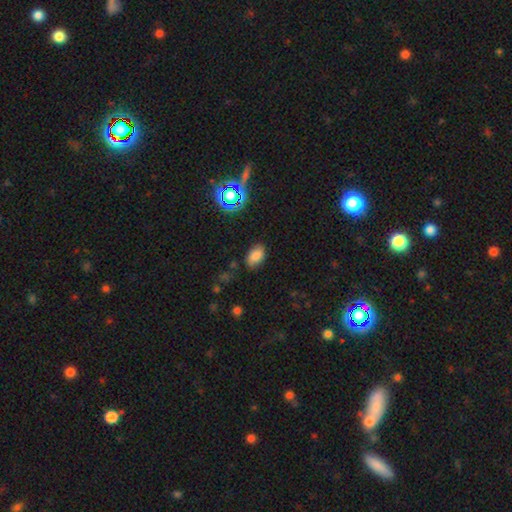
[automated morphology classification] smooth-or-featured: smooth: 79% | star or artifact: 13% | featured or disk: 8%
  how-rounded: in between: 90% | round: 8% | cigar-shaped: 2%
  merging: none: 81% | minor disturbance: 14% | major disturbance: 3% | merger: 2%